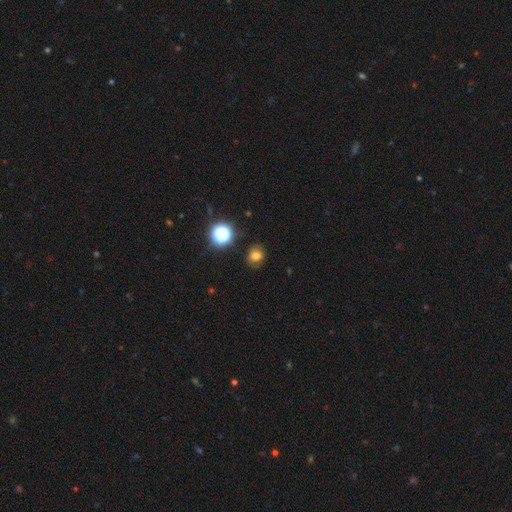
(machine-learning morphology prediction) smooth_or_featured: smooth (p=0.73) [alt: star or artifact p=0.18]
how_rounded: round (p=0.67) [alt: in between p=0.32]
merging: none (p=0.81) [alt: minor disturbance p=0.13]